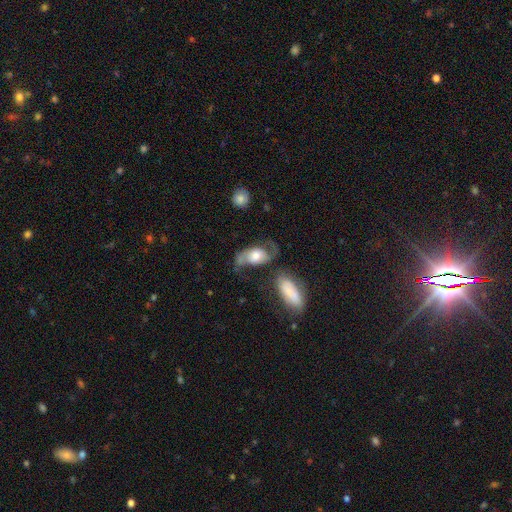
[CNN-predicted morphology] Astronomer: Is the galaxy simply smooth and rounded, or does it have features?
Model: featured or disk — 61%.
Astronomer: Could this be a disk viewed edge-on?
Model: no — 93%.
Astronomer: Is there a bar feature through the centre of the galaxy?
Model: no — 66%.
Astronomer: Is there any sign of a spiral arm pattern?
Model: yes — 82%.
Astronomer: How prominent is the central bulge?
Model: moderate — 45% (runner-up: large, 33%).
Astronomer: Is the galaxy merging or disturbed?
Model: none — 40% (runner-up: major disturbance, 24%).